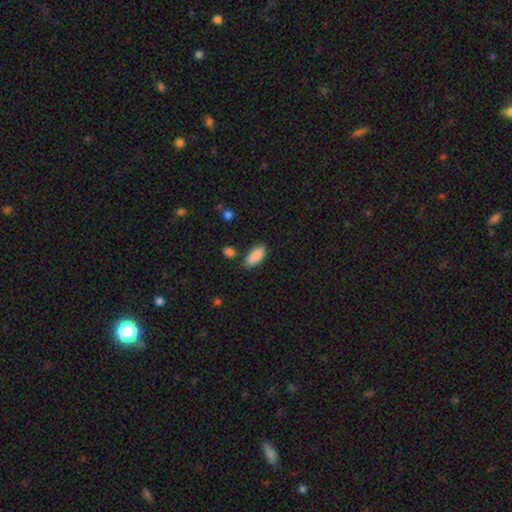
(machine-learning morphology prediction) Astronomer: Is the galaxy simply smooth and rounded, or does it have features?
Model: smooth — 89%.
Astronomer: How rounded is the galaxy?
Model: in between — 82%.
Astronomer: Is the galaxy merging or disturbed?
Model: none — 74%.